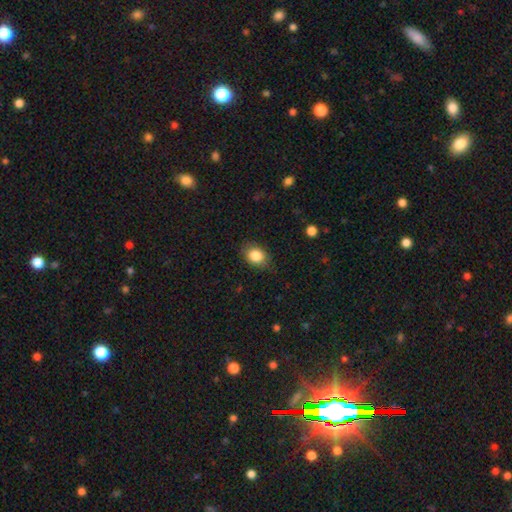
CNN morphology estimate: Smooth or featured? Predicted: smooth (p=0.85). How rounded? Predicted: in between (p=0.58). Merging? Predicted: none (p=0.81).